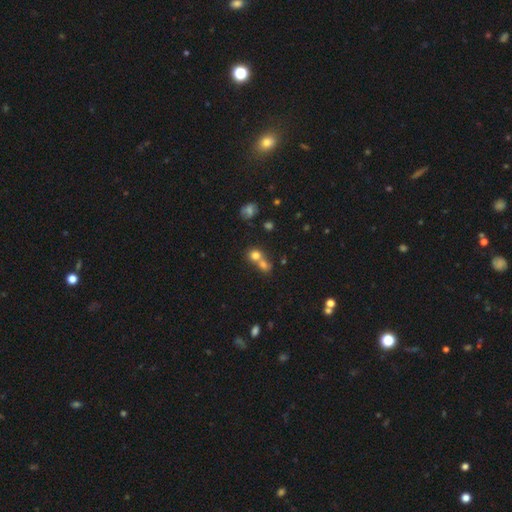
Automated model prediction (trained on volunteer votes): Overall: smooth (74%). How rounded: round (77%). Merging: merger (57%; none 34%).